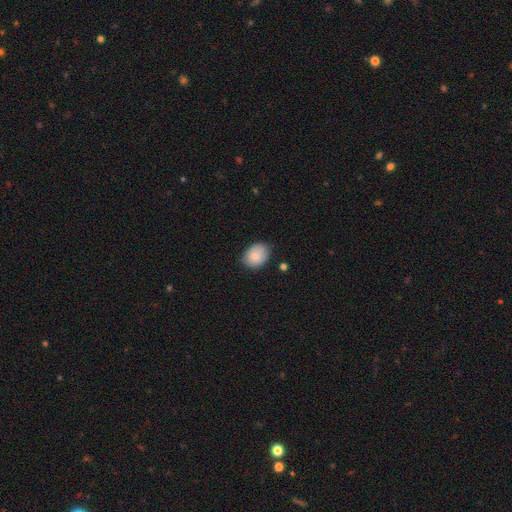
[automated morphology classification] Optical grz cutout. It shows a smooth galaxy with no disk features (83%) that is in between round and cigar-shaped (60%). Merging: none (77%).